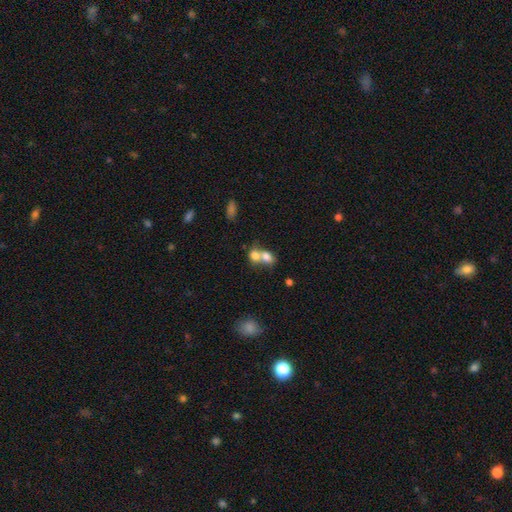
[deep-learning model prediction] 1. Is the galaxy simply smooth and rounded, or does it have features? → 75% smooth, 15% featured or disk, 10% star or artifact.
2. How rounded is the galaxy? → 57% in between, 41% round, 2% cigar-shaped.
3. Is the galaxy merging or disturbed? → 71% merger, 20% none, 5% minor disturbance, 3% major disturbance.